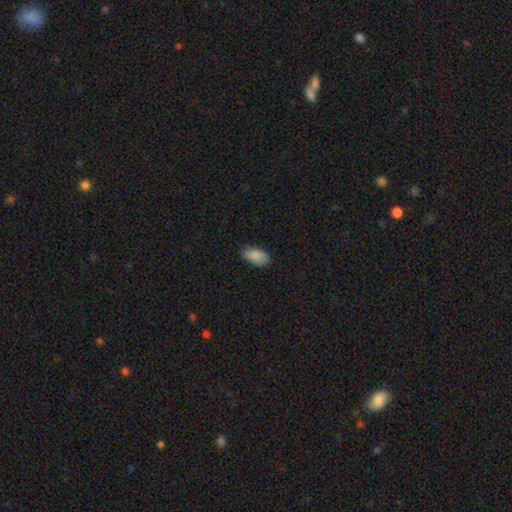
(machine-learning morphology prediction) The model was most divided on "merging": none: 77%, minor disturbance: 19%, major disturbance: 3%, merger: 1%. More confident: how rounded — in between (94%); smooth or featured — smooth (87%).